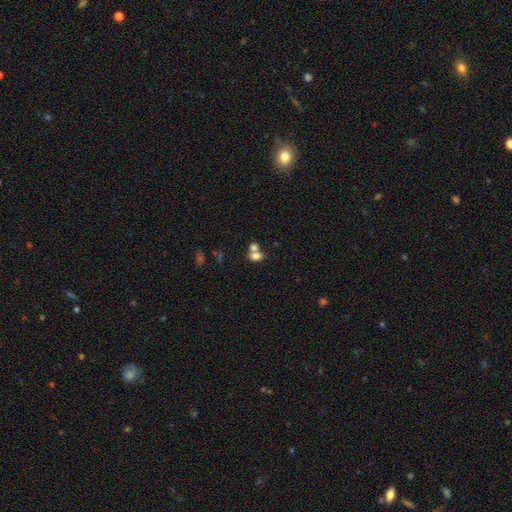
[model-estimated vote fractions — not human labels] A smooth galaxy with no disk features (73%) that is in between round and cigar-shaped (58%). Merging: merger (53%).